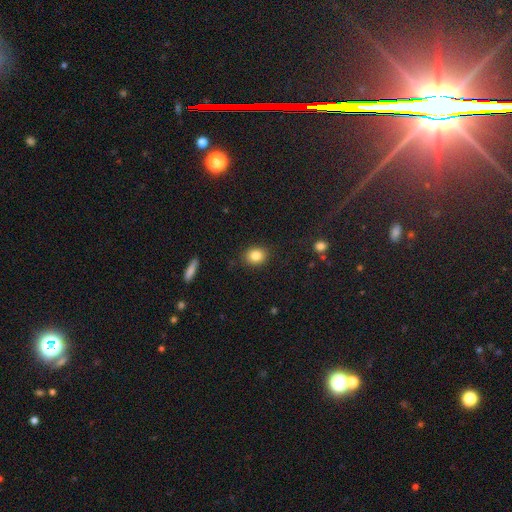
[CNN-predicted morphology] Smooth or featured? Predicted: smooth (p=0.84). How rounded? Predicted: round (p=0.59). Merging? Predicted: none (p=0.88).